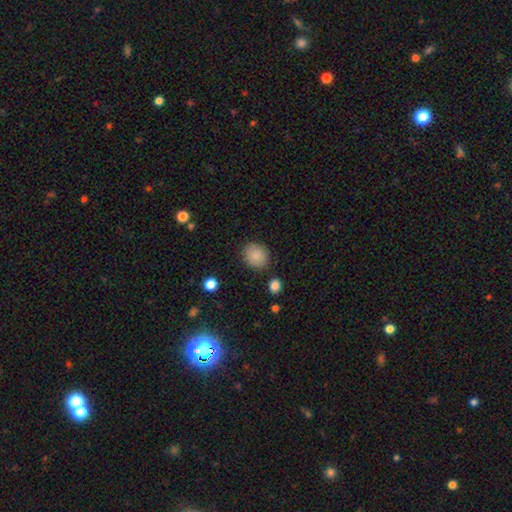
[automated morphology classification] Smooth or featured: smooth — 87% (star or artifact — 8%)
How rounded: round — 73% (in between — 26%)
Merging: none — 85% (minor disturbance — 9%)